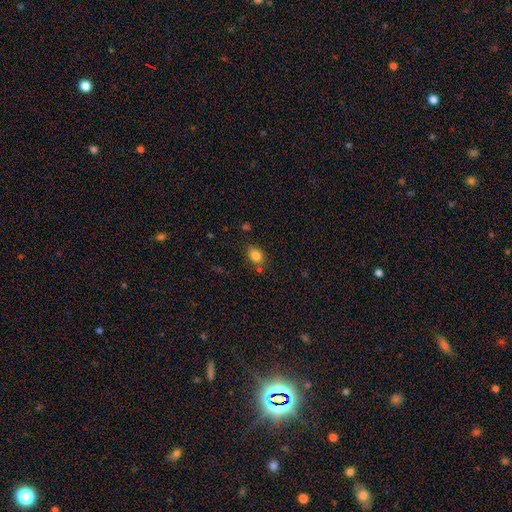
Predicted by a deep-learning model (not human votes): Smooth or featured?
  - smooth: 84% *
  - star or artifact: 10%
  - featured or disk: 6%
How rounded?
  - in between: 64% *
  - round: 35%
  - cigar-shaped: 1%
Merging?
  - none: 71% *
  - minor disturbance: 15%
  - merger: 10%
  - major disturbance: 4%